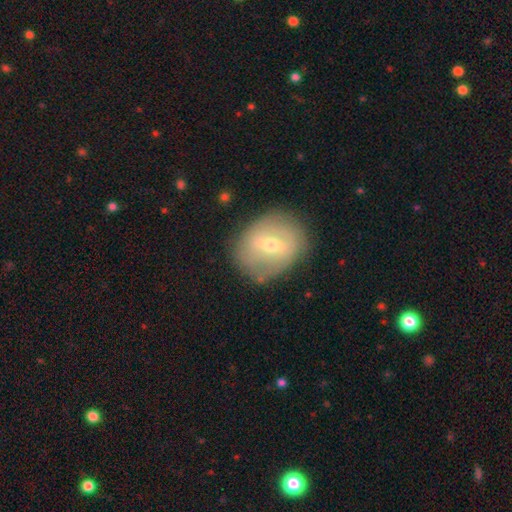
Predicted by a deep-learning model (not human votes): smooth_or_featured: featured or disk (p=0.55) [alt: smooth p=0.33]
disk_edge_on: no (p=0.92) [alt: yes p=0.08]
merging: none (p=0.82) [alt: minor disturbance p=0.13]